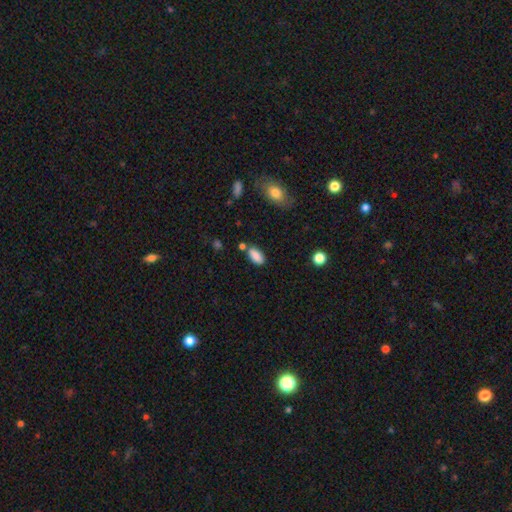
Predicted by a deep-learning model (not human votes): A smooth galaxy with no disk features (87%) that is in between round and cigar-shaped (92%).

Vote fractions:
- Smooth or featured? smooth: 87% / star or artifact: 8% / featured or disk: 5%
- How rounded? in between: 92% / cigar-shaped: 5% / round: 3%
- Merging? none: 74% / minor disturbance: 15% / merger: 8% / major disturbance: 4%